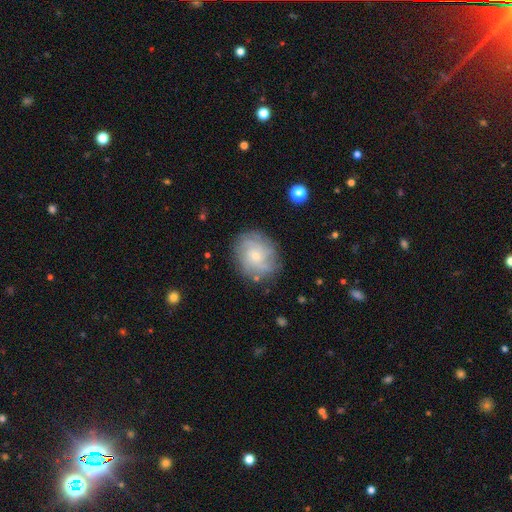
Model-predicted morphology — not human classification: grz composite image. It shows a featured or disk galaxy (61%) with no bar (74%), tight (51%) spiral arms (86%) and a small central bulge (66%). Merging: none (77%).